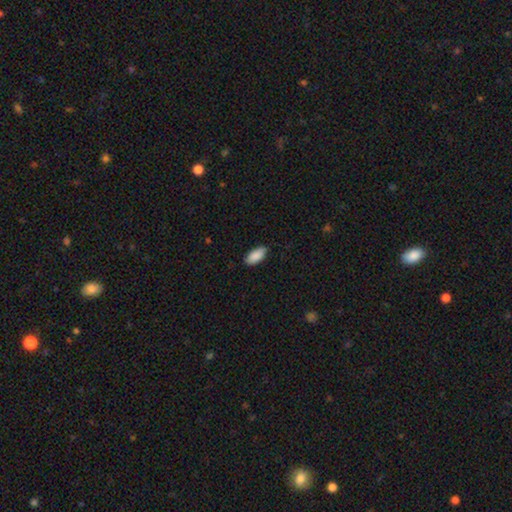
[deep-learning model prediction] smooth 89%, star or artifact 6%, featured or disk 5%. Down the decision tree: how rounded — in between (91%); merging — none (84%).